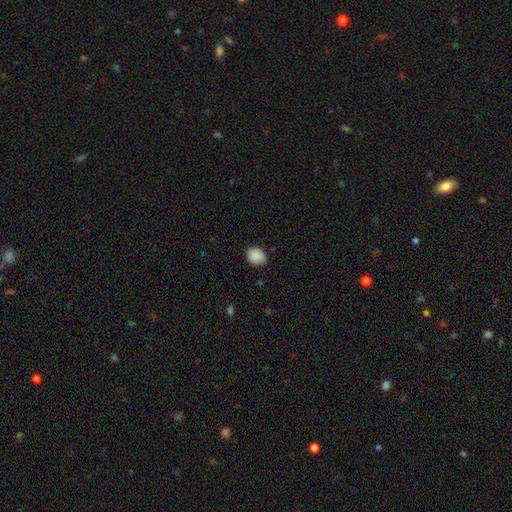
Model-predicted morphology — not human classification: This appears to be a smooth galaxy with no disk features (88%) that is round (67%). Merging: none (78%).